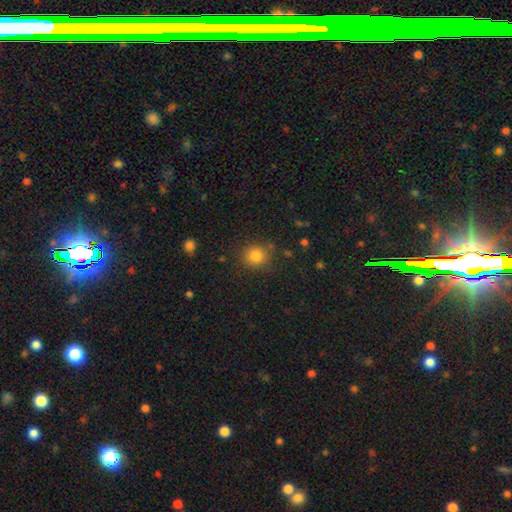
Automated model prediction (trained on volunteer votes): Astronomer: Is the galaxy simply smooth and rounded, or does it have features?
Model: smooth — 82%.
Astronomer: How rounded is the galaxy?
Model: round — 88%.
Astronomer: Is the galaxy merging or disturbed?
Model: none — 84%.